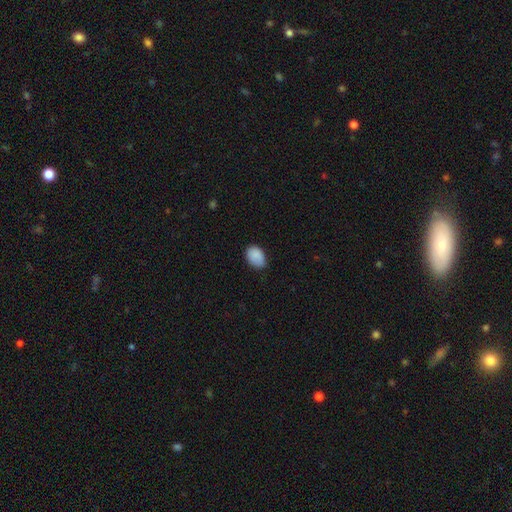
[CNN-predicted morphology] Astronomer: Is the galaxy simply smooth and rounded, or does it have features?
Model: smooth — 88%.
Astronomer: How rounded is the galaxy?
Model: in between — 82%.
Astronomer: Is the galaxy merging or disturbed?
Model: none — 72%.